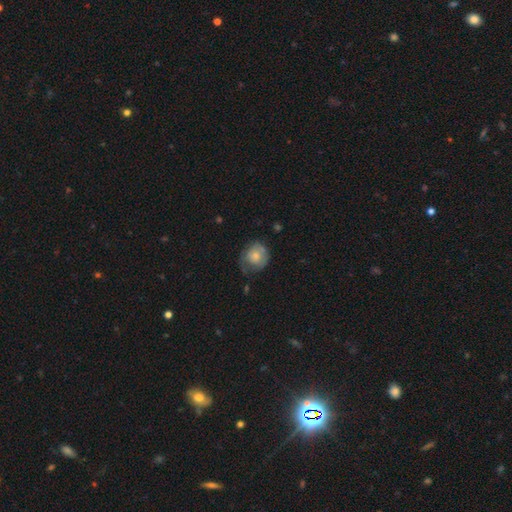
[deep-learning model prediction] A smooth galaxy with no disk features (63%) that is round (73%). Merging: none (46%).